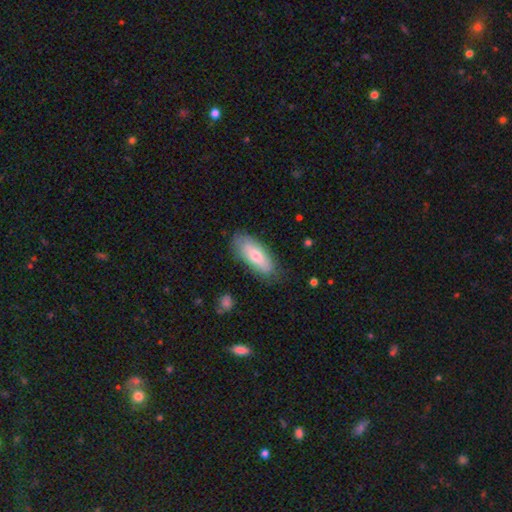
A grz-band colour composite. It shows a smooth galaxy with no disk features (69%) that is in between round and cigar-shaped (68%). Merging: none (77%).